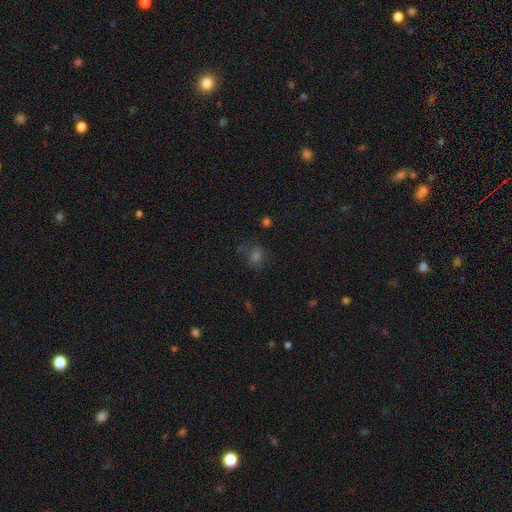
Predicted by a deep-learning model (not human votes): This is possibly a smooth galaxy (49%). Merging: likely none (63%).